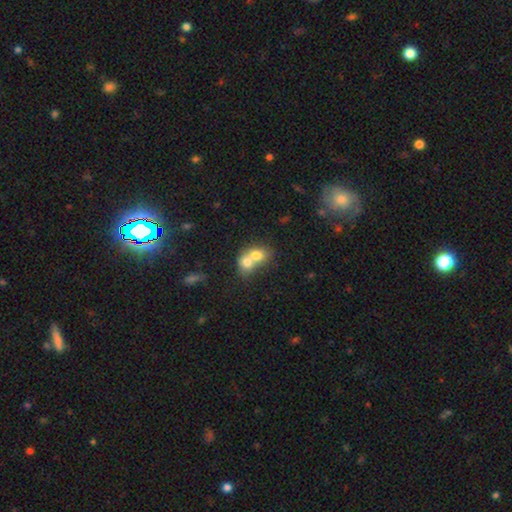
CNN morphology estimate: Q: Smooth or featured?
A: smooth (71%); runner-up: featured or disk (21%)
Q: How rounded?
A: round (51%); runner-up: in between (48%)
Q: Merging?
A: merger (76%); runner-up: none (16%)